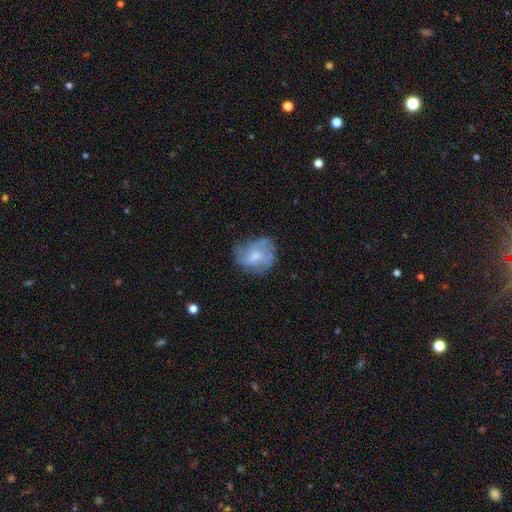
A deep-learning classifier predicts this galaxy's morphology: Overall: smooth (47%; featured or disk 44%). Merging: none (52%; minor disturbance 29%).